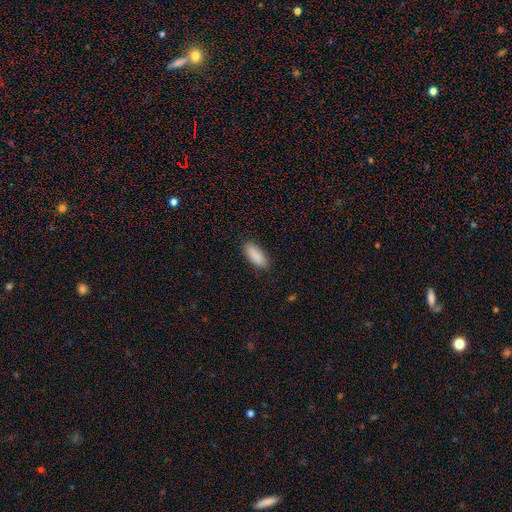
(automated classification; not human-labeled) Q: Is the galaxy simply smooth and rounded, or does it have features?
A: smooth — 90%.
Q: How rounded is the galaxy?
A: in between — 79%.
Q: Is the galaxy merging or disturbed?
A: none — 86%.